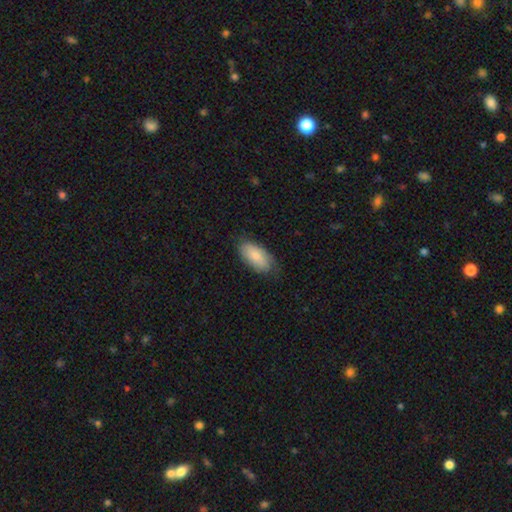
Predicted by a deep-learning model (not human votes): Morphology: type=smooth (78%); roundness=in between (92%); merging=none (76%).